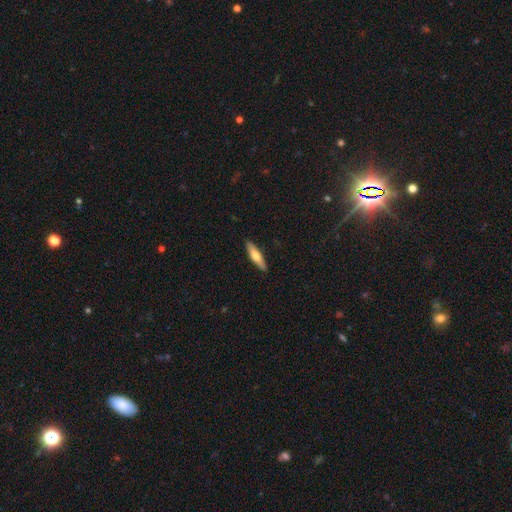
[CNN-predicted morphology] smooth 56%, featured or disk 39%, star or artifact 5%. Down the decision tree: how rounded — cigar-shaped (74%); merging — none (91%).